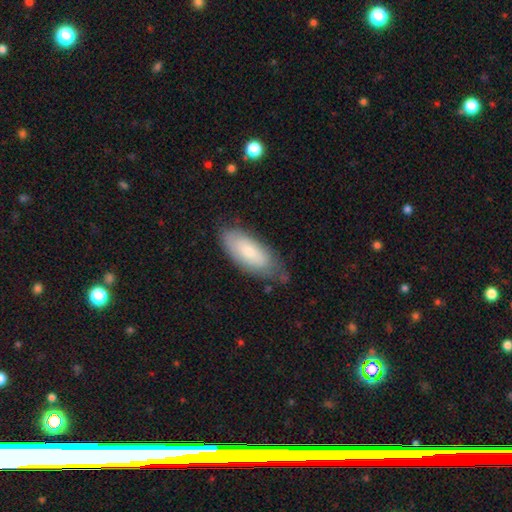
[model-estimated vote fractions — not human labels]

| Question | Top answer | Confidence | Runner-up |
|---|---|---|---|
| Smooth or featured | smooth | 67% | featured or disk (27%) |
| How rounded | in between | 87% | cigar-shaped (11%) |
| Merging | none | 64% | minor disturbance (27%) |